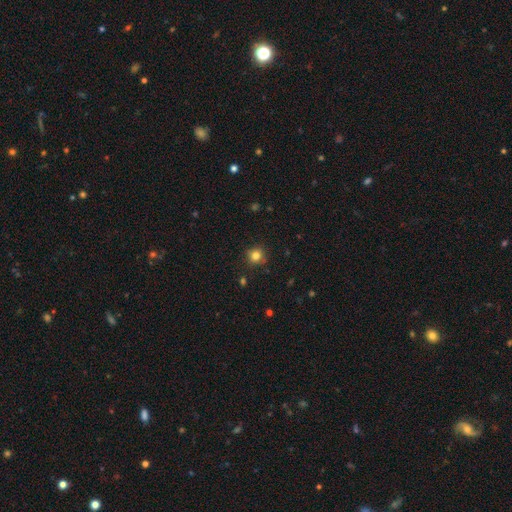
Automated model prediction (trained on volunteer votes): This appears to be a smooth galaxy with no disk features (80%) that is round (91%). Merging: none (87%).